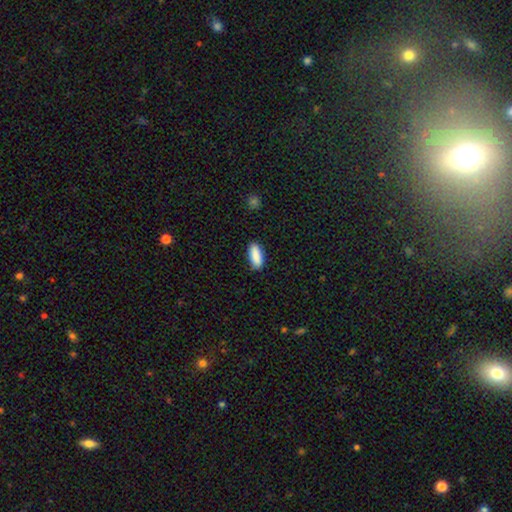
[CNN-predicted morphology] Overall: smooth (90%). How rounded: in between (78%). Merging: none (88%).